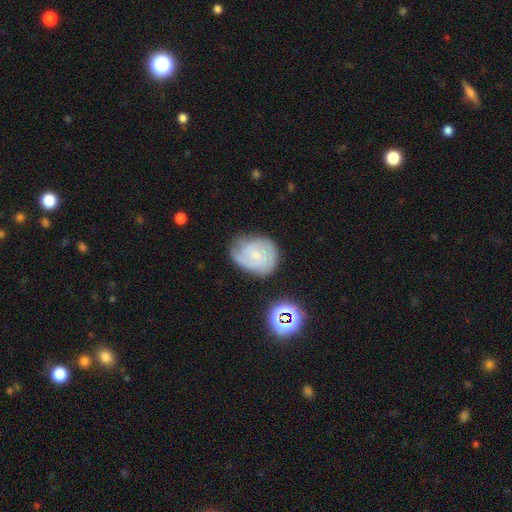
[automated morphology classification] type=featured or disk (68%); edge-on=no (97%); bar=no (68%); spiral arms=yes (90%); winding=tight (53%); arm count=can't tell (32%); bulge=small (71%); merging=none (54%).